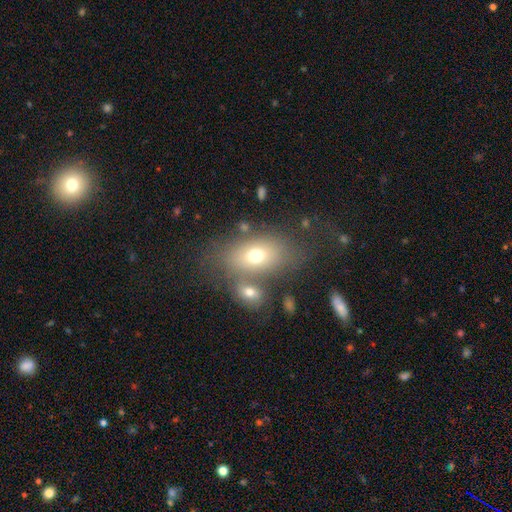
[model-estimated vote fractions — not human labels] smooth 66%, featured or disk 21%, star or artifact 13%. Down the decision tree: how rounded — in between (82%); merging — none (52%).